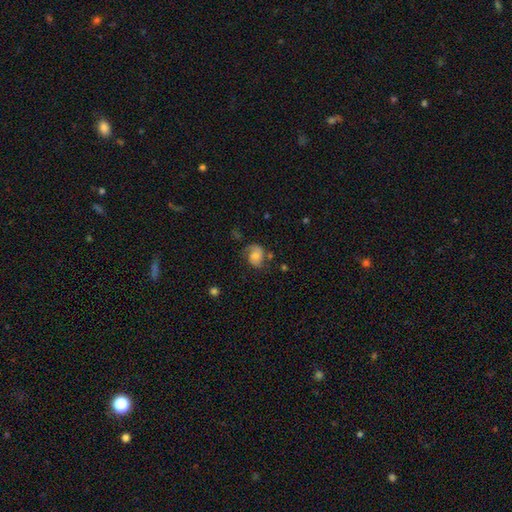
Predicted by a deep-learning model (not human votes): Smooth or featured? Predicted: featured or disk (p=0.55). Edge-on disk? Predicted: no (p=0.97). Bar? Predicted: no (p=0.69). Spiral arms? Predicted: yes (p=0.89). Bulge size? Predicted: moderate (p=0.39). Merging? Predicted: none (p=0.56).